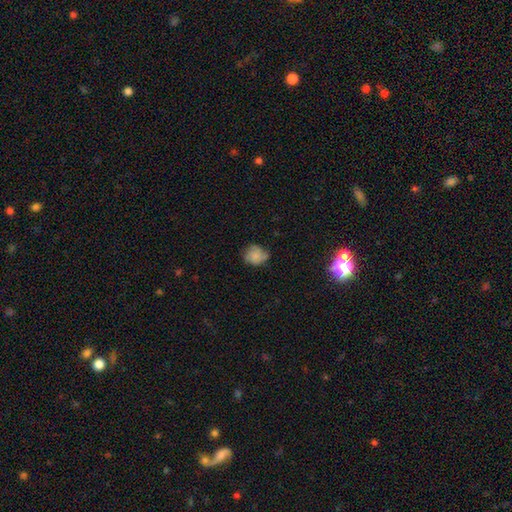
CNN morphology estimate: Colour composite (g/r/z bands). It shows a smooth galaxy with no disk features (59%) that is round (71%). Merging: none (61%).